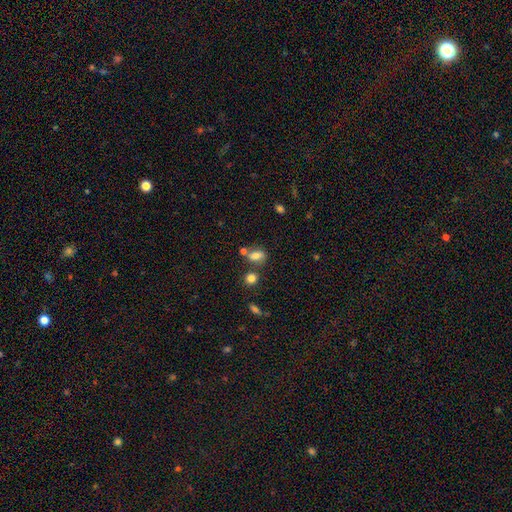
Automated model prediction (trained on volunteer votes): A smooth galaxy with no disk features (70%) that is in between round and cigar-shaped (70%).

Vote fractions:
- Smooth or featured? smooth: 70% / featured or disk: 18% / star or artifact: 12%
- How rounded? in between: 70% / round: 25% / cigar-shaped: 5%
- Merging? none: 55% / merger: 22% / minor disturbance: 16% / major disturbance: 6%